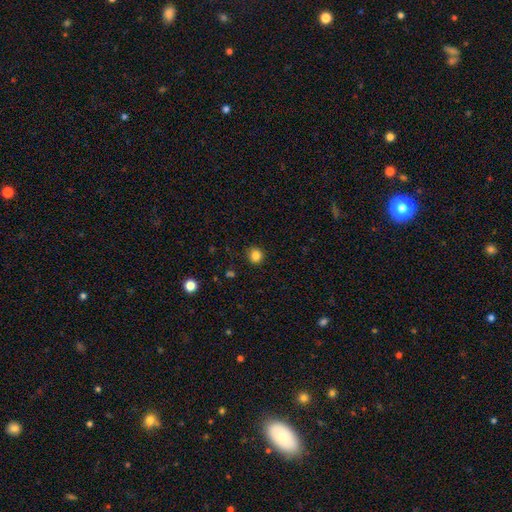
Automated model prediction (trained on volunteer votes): A smooth galaxy with no disk features (85%) that is round (87%).

Vote fractions:
- Smooth or featured? smooth: 85% / star or artifact: 11% / featured or disk: 4%
- How rounded? round: 87% / in between: 12% / cigar-shaped: 1%
- Merging? none: 88% / minor disturbance: 9% / major disturbance: 2% / merger: 1%